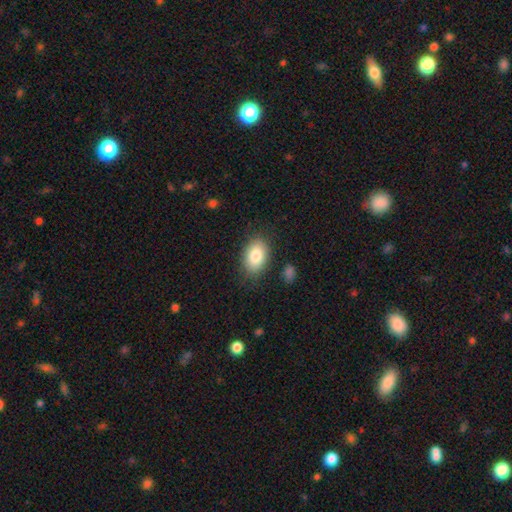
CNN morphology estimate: The model was most divided on "merging": none: 82%, minor disturbance: 12%, major disturbance: 4%, merger: 2%. More confident: how rounded — in between (88%); smooth or featured — smooth (84%).